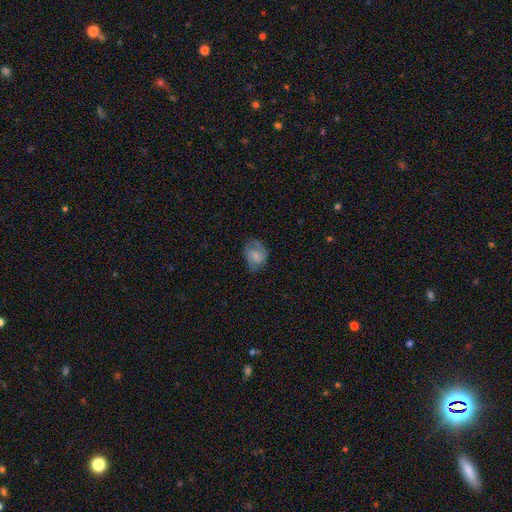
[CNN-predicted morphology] The model was most divided on "how rounded": in between: 59%, round: 40%, cigar-shaped: 1%. More confident: merging — none (62%); smooth or featured — smooth (56%).